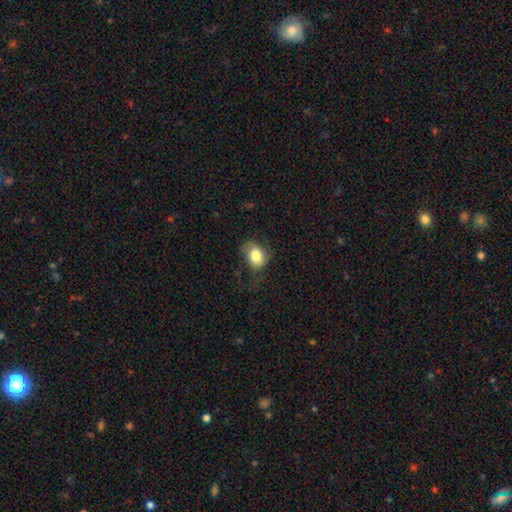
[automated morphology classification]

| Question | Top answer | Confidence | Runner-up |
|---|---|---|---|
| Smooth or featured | smooth | 80% | featured or disk (12%) |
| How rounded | in between | 58% | round (41%) |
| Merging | none | 56% | minor disturbance (28%) |